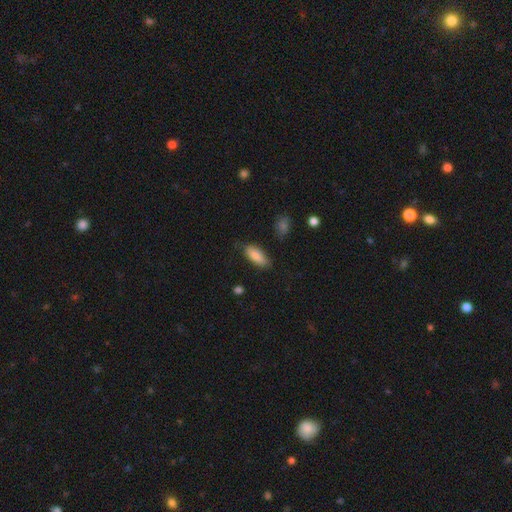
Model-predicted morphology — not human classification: Smooth or featured? Predicted: smooth (p=0.85). How rounded? Predicted: in between (p=0.79). Merging? Predicted: none (p=0.74).